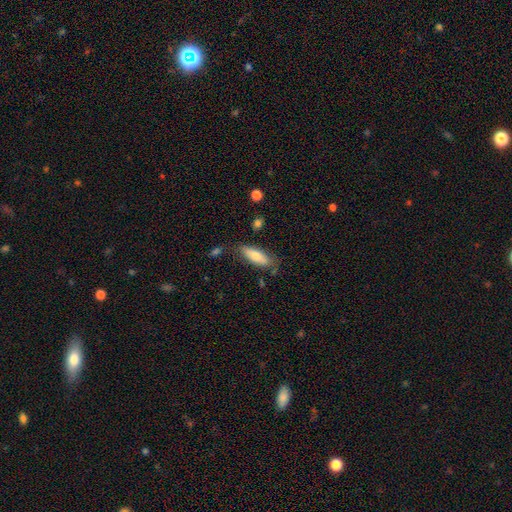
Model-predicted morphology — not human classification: type=smooth (72%); roundness=in between (61%); merging=none (73%).